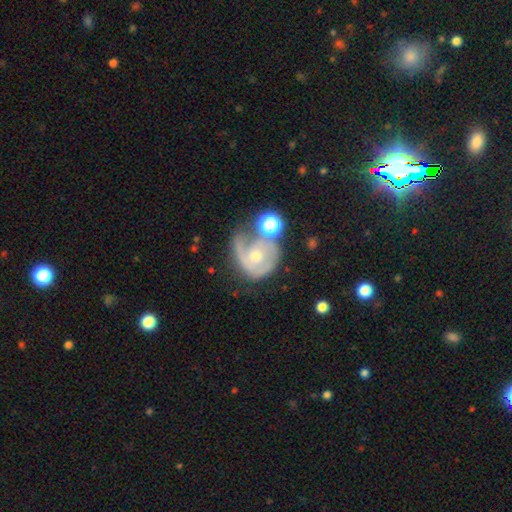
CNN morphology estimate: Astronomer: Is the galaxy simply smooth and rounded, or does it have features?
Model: featured or disk — 75%.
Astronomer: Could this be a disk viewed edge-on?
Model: no — 98%.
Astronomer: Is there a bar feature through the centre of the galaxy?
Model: no — 74%.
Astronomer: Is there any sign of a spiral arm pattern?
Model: yes — 87%.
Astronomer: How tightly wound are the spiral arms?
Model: tight — 47% (runner-up: medium, 36%).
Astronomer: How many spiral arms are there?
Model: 1 — 41% (runner-up: 2, 35%).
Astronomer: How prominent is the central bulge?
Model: moderate — 50% (runner-up: small, 45%).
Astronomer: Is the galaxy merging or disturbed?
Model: none — 39% (runner-up: minor disturbance, 22%).